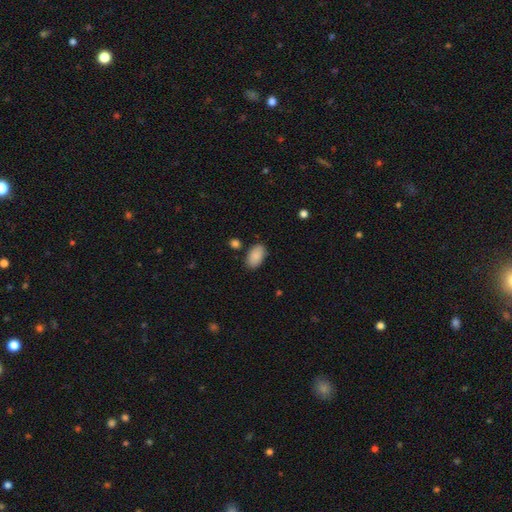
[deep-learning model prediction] Q: Smooth or featured?
A: smooth (88%); runner-up: star or artifact (7%)
Q: How rounded?
A: in between (94%); runner-up: round (4%)
Q: Merging?
A: none (84%); runner-up: minor disturbance (11%)